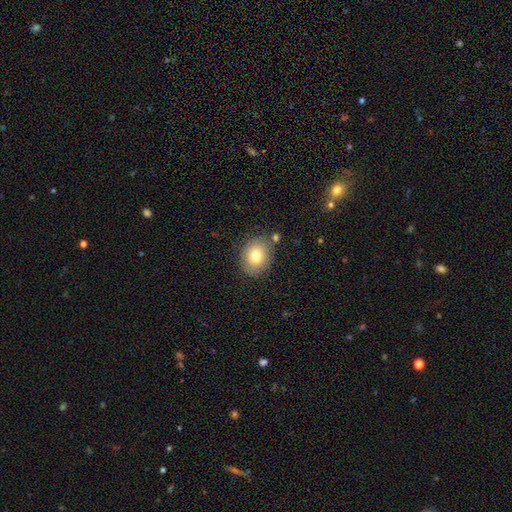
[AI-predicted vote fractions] Morphology: type=smooth (76%); roundness=round (52%); merging=none (79%).